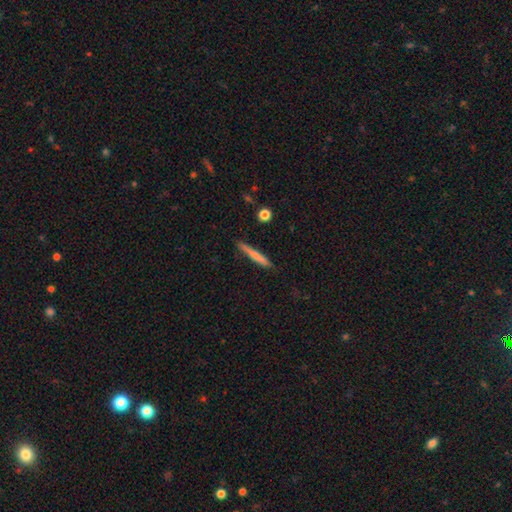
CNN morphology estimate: Smooth or featured?
  - smooth: 67% *
  - featured or disk: 27%
  - star or artifact: 6%
How rounded?
  - cigar-shaped: 95% *
  - in between: 3%
  - round: 1%
Merging?
  - none: 86% *
  - minor disturbance: 10%
  - major disturbance: 2%
  - merger: 2%